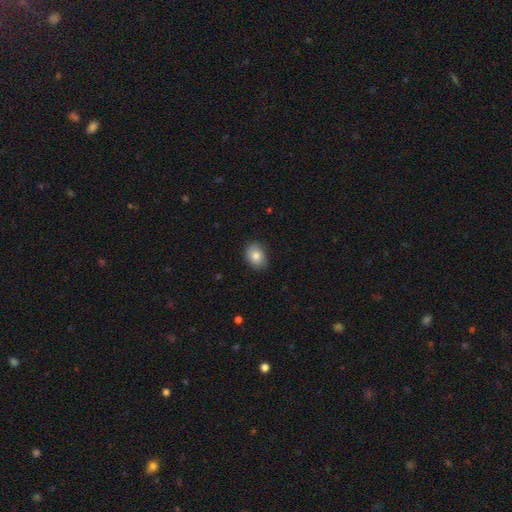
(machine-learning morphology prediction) smooth_or_featured: smooth (p=0.83) [alt: featured or disk p=0.09]
how_rounded: in between (p=0.67) [alt: round p=0.32]
merging: none (p=0.83) [alt: minor disturbance p=0.13]